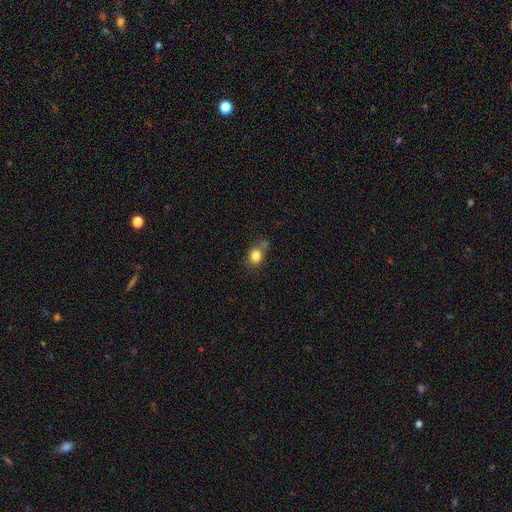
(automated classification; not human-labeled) smooth_or_featured: smooth (p=0.82) [alt: star or artifact p=0.10]
how_rounded: round (p=0.64) [alt: in between p=0.35]
merging: none (p=0.55) [alt: minor disturbance p=0.20]